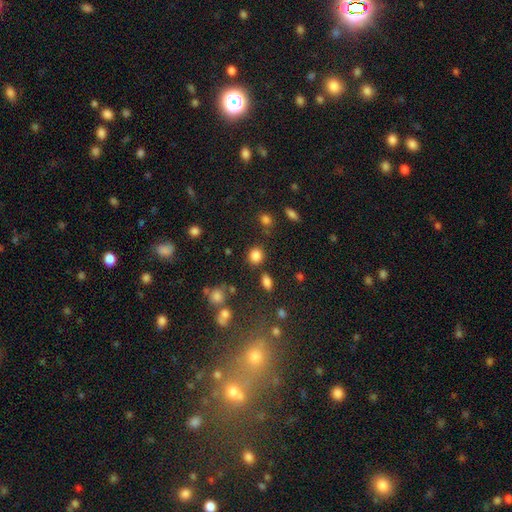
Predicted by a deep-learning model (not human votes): smooth_or_featured: smooth (p=0.83) [alt: star or artifact p=0.12]
how_rounded: round (p=0.76) [alt: in between p=0.22]
merging: none (p=0.78) [alt: minor disturbance p=0.11]